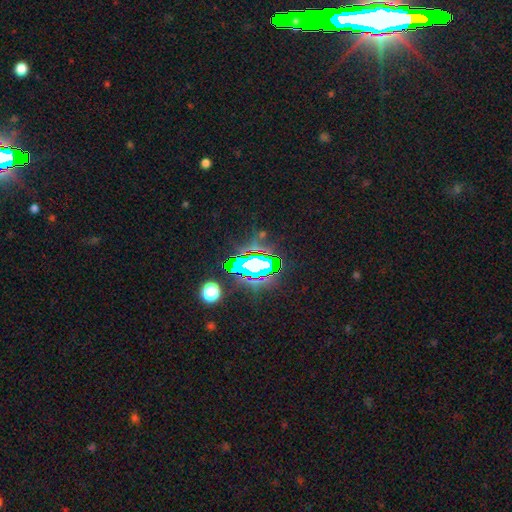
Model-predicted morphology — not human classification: A star or artifact, not a galaxy (75%).

Vote fractions:
- Smooth or featured? star or artifact: 75% / smooth: 14% / featured or disk: 11%